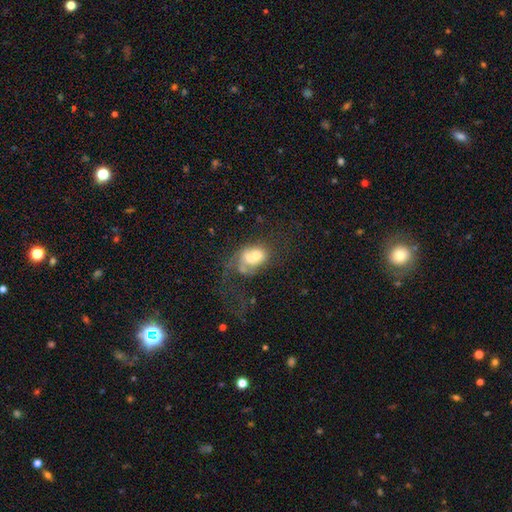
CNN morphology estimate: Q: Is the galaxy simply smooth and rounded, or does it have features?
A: smooth — 46%.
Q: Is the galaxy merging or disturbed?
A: merger — 49%.